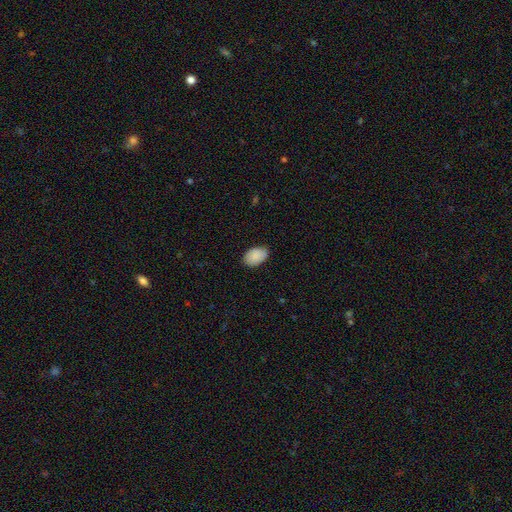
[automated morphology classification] A smooth galaxy with no disk features (89%) that is in between round and cigar-shaped (90%).

Vote fractions:
- Smooth or featured? smooth: 89% / star or artifact: 6% / featured or disk: 5%
- How rounded? in between: 90% / round: 9% / cigar-shaped: 1%
- Merging? none: 82% / minor disturbance: 15% / major disturbance: 2% / merger: 1%